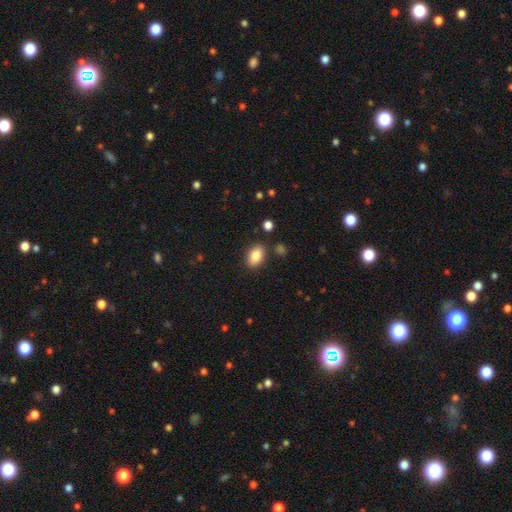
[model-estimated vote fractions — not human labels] Smooth or featured? Predicted: smooth (p=0.85). How rounded? Predicted: in between (p=0.88). Merging? Predicted: none (p=0.84).